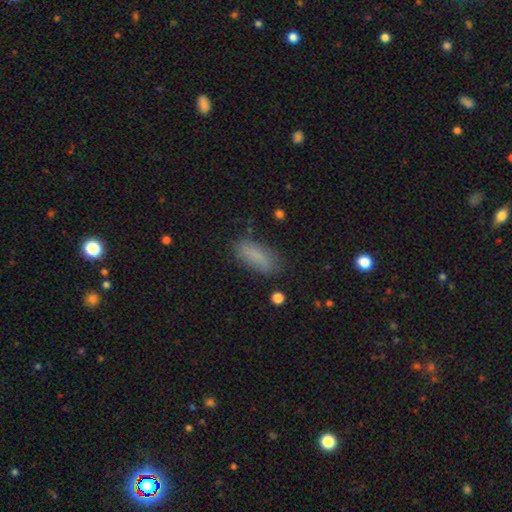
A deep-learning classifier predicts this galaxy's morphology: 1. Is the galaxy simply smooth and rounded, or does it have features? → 84% smooth, 8% featured or disk, 8% star or artifact.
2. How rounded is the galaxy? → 69% in between, 29% cigar-shaped, 2% round.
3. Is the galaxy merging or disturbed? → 80% none, 15% minor disturbance, 4% major disturbance, 2% merger.